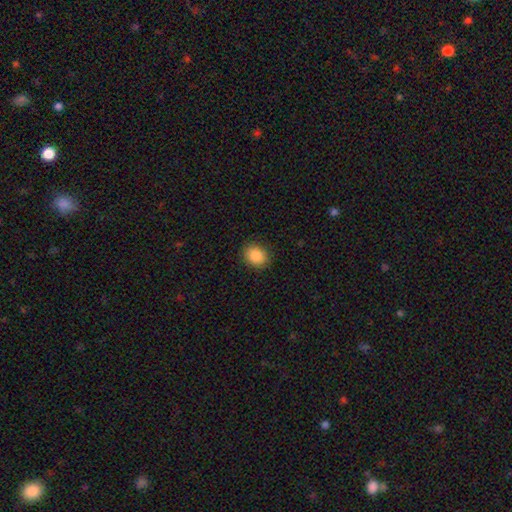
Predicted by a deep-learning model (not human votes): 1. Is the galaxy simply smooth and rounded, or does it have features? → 87% smooth, 9% star or artifact, 4% featured or disk.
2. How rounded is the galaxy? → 64% round, 35% in between, 1% cigar-shaped.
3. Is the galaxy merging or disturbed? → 90% none, 7% minor disturbance, 2% major disturbance, 1% merger.